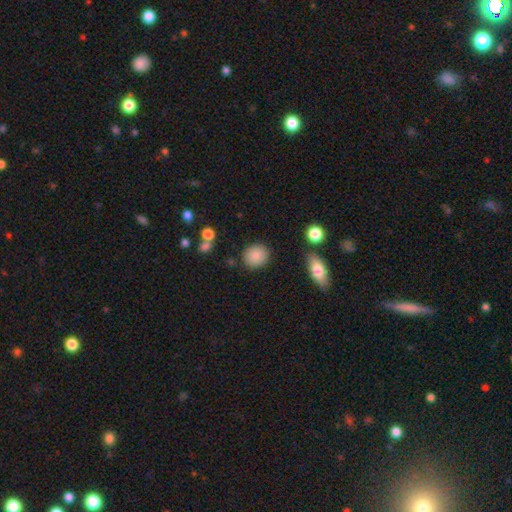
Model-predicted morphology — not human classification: smooth-or-featured: smooth: 86% | star or artifact: 8% | featured or disk: 5%
  how-rounded: round: 84% | in between: 15% | cigar-shaped: 1%
  merging: none: 87% | minor disturbance: 8% | major disturbance: 3% | merger: 2%